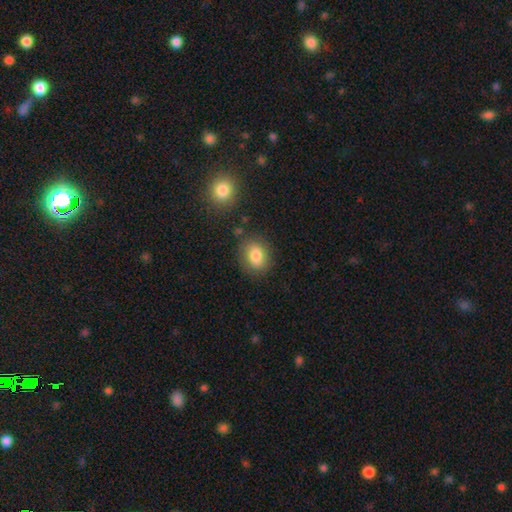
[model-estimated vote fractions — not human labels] Smooth or featured? smooth (81%)
How rounded? in between (55%)
Merging? none (79%)